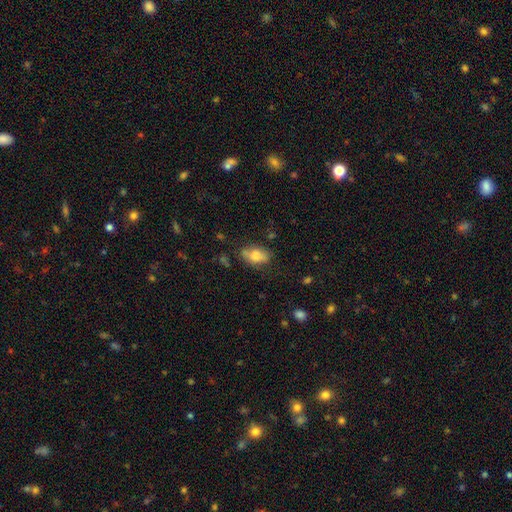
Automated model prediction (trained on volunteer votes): Smooth or featured?
  - smooth: 75% *
  - featured or disk: 17%
  - star or artifact: 8%
How rounded?
  - in between: 87% *
  - round: 10%
  - cigar-shaped: 3%
Merging?
  - none: 65% *
  - minor disturbance: 24%
  - major disturbance: 7%
  - merger: 4%